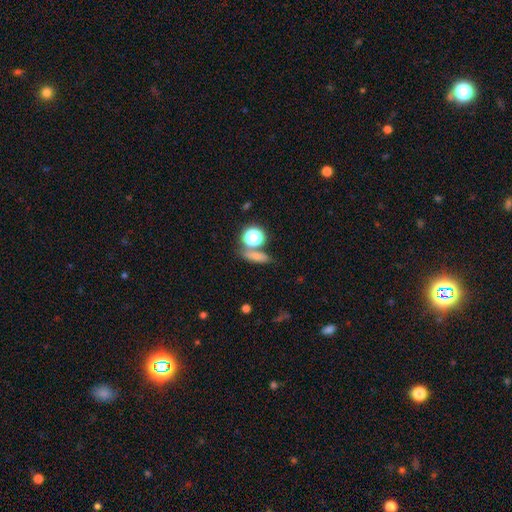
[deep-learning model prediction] Smooth or featured?
  - smooth: 69% *
  - star or artifact: 20%
  - featured or disk: 12%
How rounded?
  - cigar-shaped: 37% *
  - in between: 32%
  - round: 31%
Merging?
  - none: 69% *
  - merger: 16%
  - minor disturbance: 11%
  - major disturbance: 5%